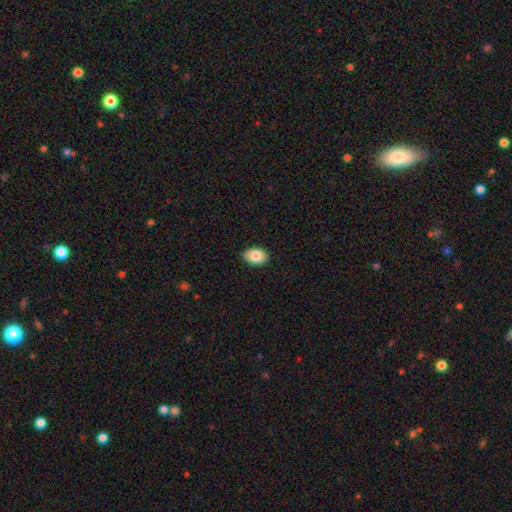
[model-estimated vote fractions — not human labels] smooth-or-featured: smooth: 86% | star or artifact: 8% | featured or disk: 7%
  how-rounded: in between: 81% | round: 18% | cigar-shaped: 1%
  merging: none: 85% | minor disturbance: 13% | major disturbance: 2% | merger: 1%